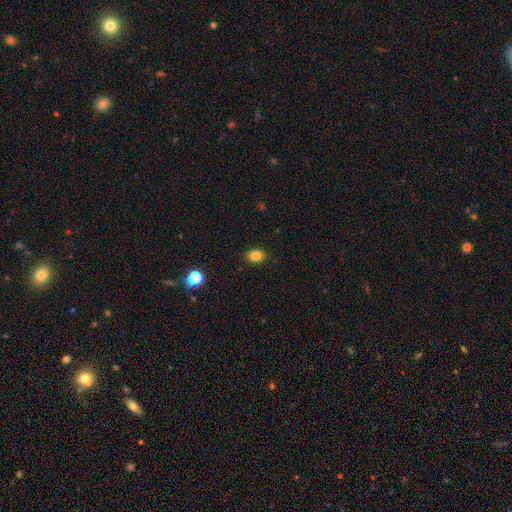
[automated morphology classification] Smooth or featured?
  - smooth: 84% *
  - star or artifact: 11%
  - featured or disk: 5%
How rounded?
  - in between: 65% *
  - round: 34%
  - cigar-shaped: 1%
Merging?
  - none: 88% *
  - minor disturbance: 9%
  - major disturbance: 2%
  - merger: 1%